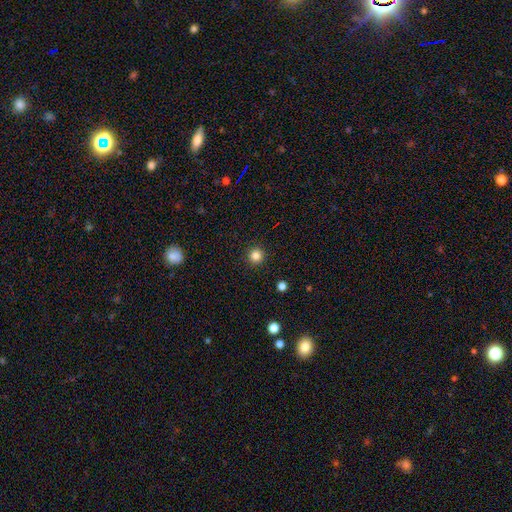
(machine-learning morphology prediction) This is clearly a smooth galaxy (83%). How rounded: clearly round (96%). Merging: clearly none (93%).